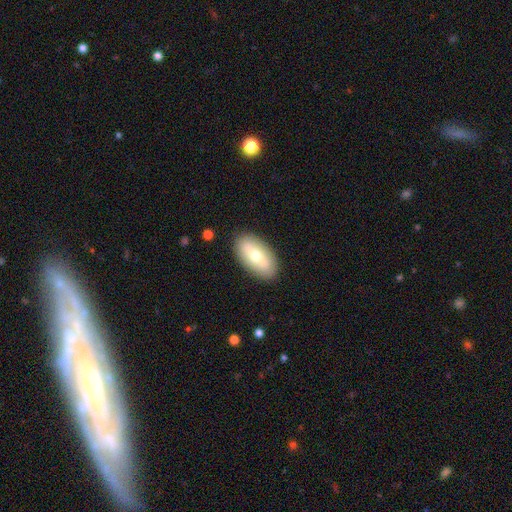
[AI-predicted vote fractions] Q: Smooth or featured?
A: smooth (64%); runner-up: featured or disk (29%)
Q: How rounded?
A: in between (93%); runner-up: cigar-shaped (4%)
Q: Merging?
A: none (87%); runner-up: minor disturbance (9%)